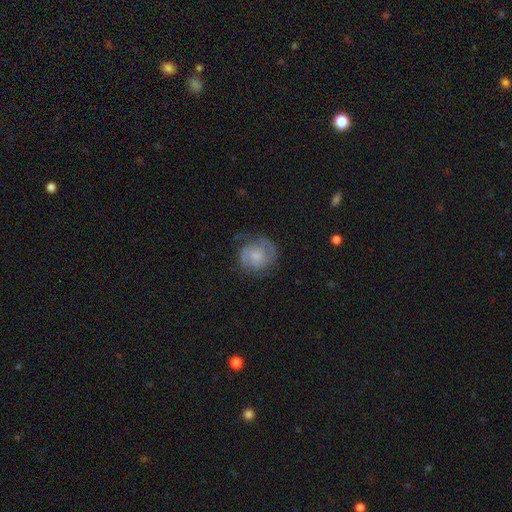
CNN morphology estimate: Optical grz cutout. It shows a featured or disk galaxy (58%) with no bar (60%), spiral arms (86%) and a small central bulge (46%). Merging: none (64%).